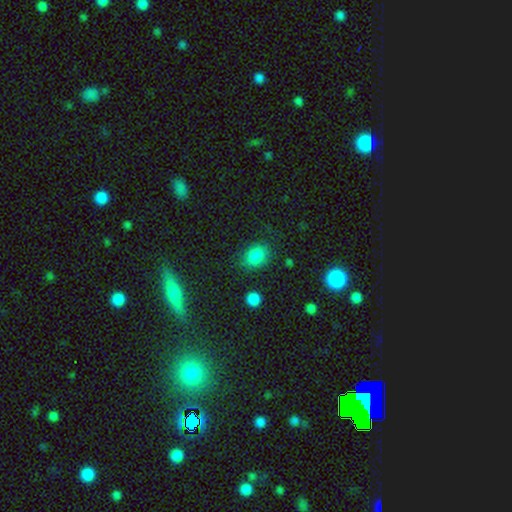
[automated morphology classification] A smooth galaxy with no disk features (82%) that is in between round and cigar-shaped (56%).

Vote fractions:
- Smooth or featured? smooth: 82% / star or artifact: 12% / featured or disk: 5%
- How rounded? in between: 56% / round: 43% / cigar-shaped: 1%
- Merging? none: 76% / minor disturbance: 16% / major disturbance: 6% / merger: 2%